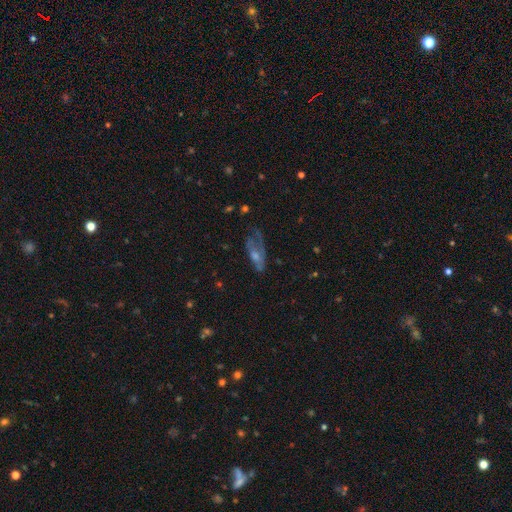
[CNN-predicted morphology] Smooth or featured? featured or disk (53%)
Edge-on disk? no (80%)
Merging? none (42%)